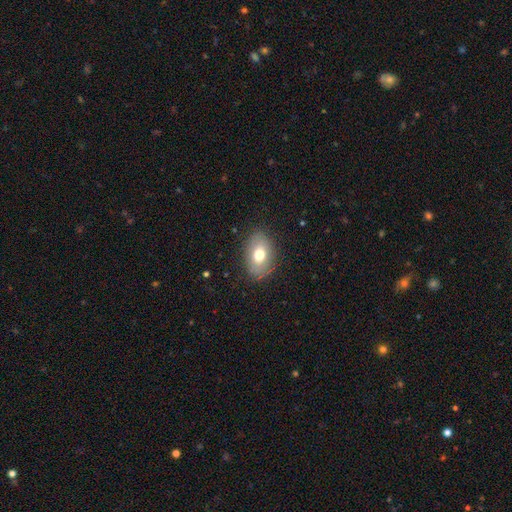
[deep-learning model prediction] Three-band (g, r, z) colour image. It shows a smooth galaxy with no disk features (65%) that is in between round and cigar-shaped (80%). Merging: none (88%).